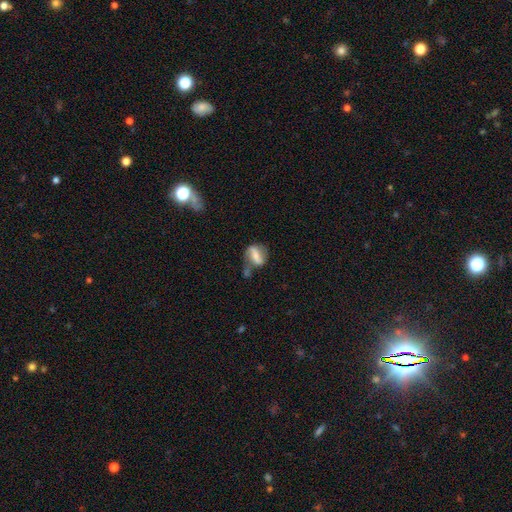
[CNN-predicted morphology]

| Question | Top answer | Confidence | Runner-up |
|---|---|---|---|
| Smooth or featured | featured or disk | 58% | smooth (33%) |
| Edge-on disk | no | 94% | yes (6%) |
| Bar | strong | 53% | weak (29%) |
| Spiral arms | yes | 76% | no (24%) |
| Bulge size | small | 38% | moderate (31%) |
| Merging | none | 43% | minor disturbance (24%) |